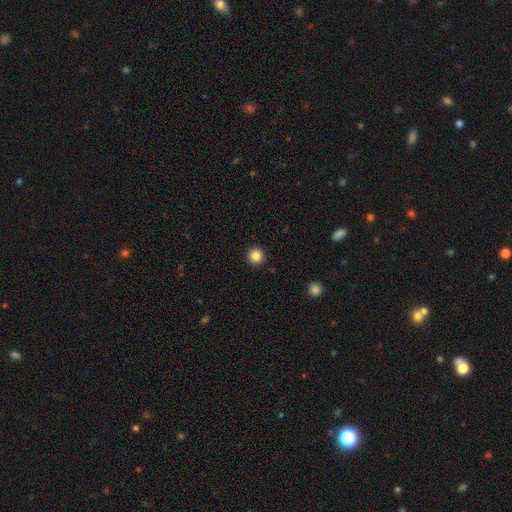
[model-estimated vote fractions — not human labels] Smooth or featured? Predicted: smooth (p=0.85). How rounded? Predicted: round (p=0.95). Merging? Predicted: none (p=0.93).